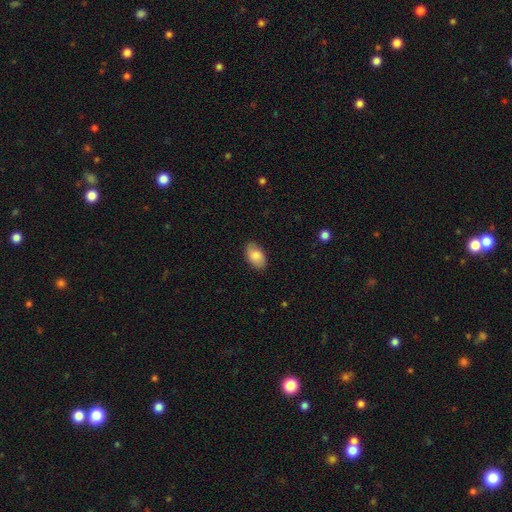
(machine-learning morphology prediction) Smooth or featured?
  - smooth: 84% *
  - featured or disk: 10%
  - star or artifact: 7%
How rounded?
  - in between: 93% *
  - round: 6%
  - cigar-shaped: 1%
Merging?
  - none: 83% *
  - minor disturbance: 13%
  - major disturbance: 3%
  - merger: 1%